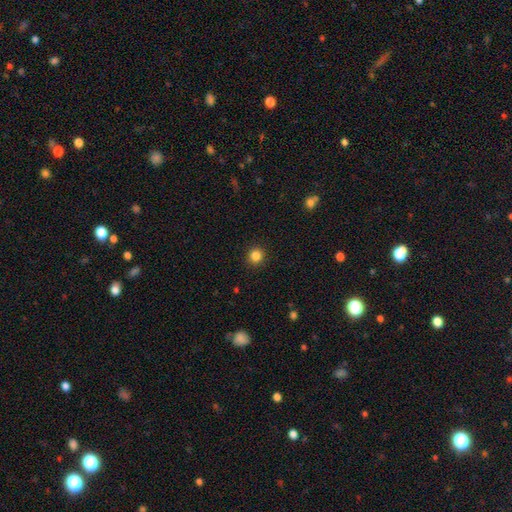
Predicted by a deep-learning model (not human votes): Smooth or featured: smooth — 84% (star or artifact — 12%)
How rounded: round — 94% (in between — 5%)
Merging: none — 93% (minor disturbance — 5%)